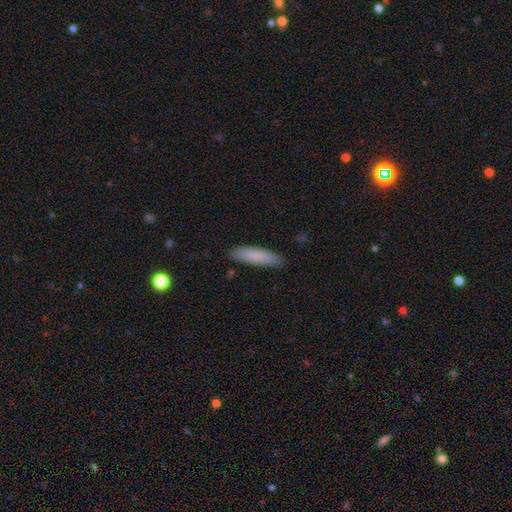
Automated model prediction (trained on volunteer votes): A smooth galaxy with no disk features (83%) that is cigar-shaped (73%). Merging: none (87%).